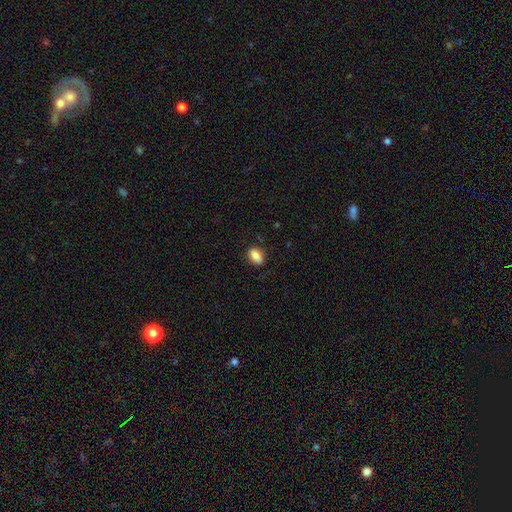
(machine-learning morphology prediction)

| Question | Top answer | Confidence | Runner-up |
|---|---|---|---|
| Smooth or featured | smooth | 87% | star or artifact (8%) |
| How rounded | in between | 87% | round (11%) |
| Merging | none | 83% | minor disturbance (13%) |